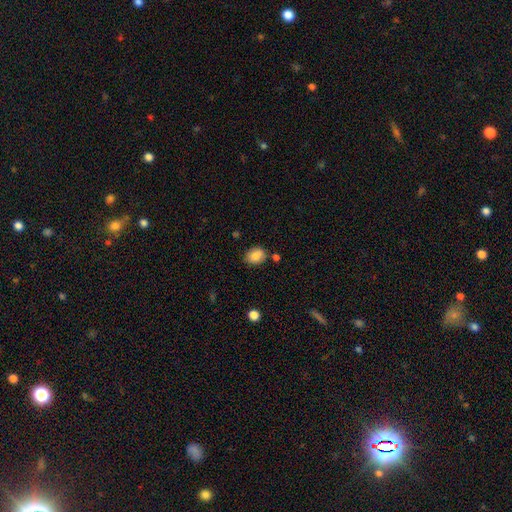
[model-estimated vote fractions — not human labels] smooth 83%, star or artifact 9%, featured or disk 8%. Down the decision tree: how rounded — in between (51%); merging — none (76%).